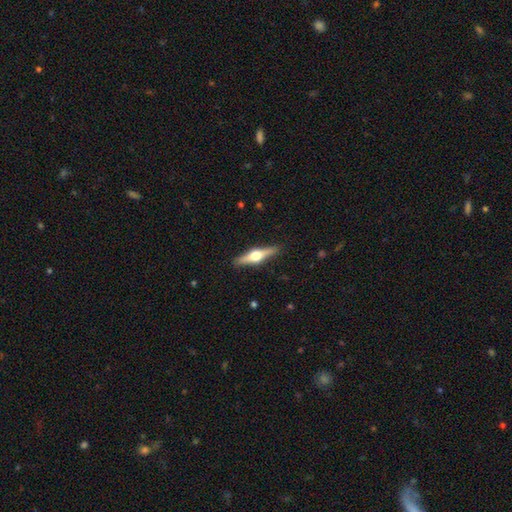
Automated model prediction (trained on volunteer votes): Q: Smooth or featured?
A: featured or disk (70%); runner-up: smooth (25%)
Q: Edge-on disk?
A: yes (97%); runner-up: no (3%)
Q: Edge-on bulge?
A: rounded (96%); runner-up: boxy (3%)
Q: Merging?
A: none (91%); runner-up: minor disturbance (7%)